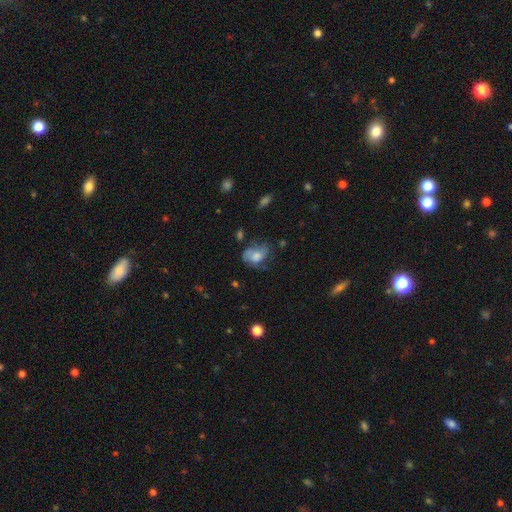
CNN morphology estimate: Smooth or featured? smooth (54%)
How rounded? in between (77%)
Merging? none (38%)